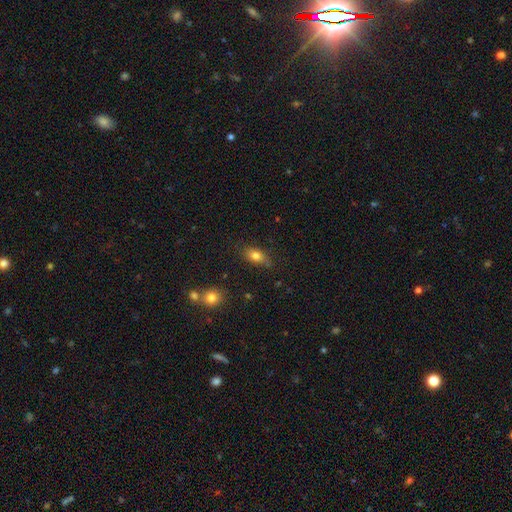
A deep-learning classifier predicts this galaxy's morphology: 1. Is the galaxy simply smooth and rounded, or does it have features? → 80% smooth, 10% featured or disk, 10% star or artifact.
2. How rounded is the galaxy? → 83% in between, 11% round, 6% cigar-shaped.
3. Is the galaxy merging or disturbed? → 75% none, 18% minor disturbance, 4% major disturbance, 3% merger.